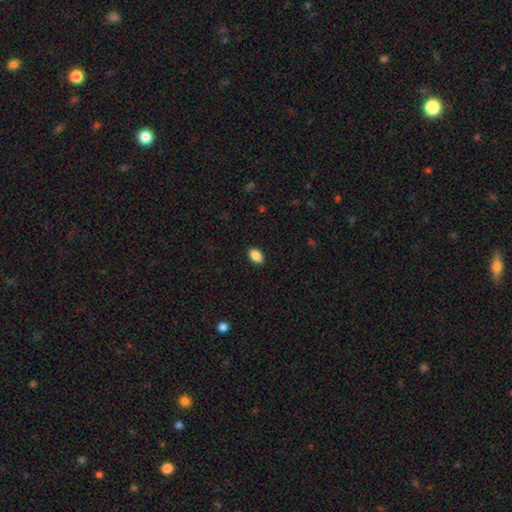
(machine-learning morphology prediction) Smooth or featured? Predicted: smooth (p=0.88). How rounded? Predicted: in between (p=0.90). Merging? Predicted: none (p=0.90).